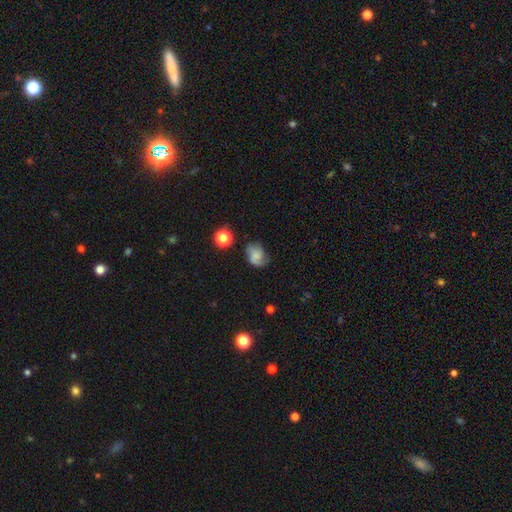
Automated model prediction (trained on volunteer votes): This appears to be a smooth galaxy with no disk features (49%). Merging: none (55%).